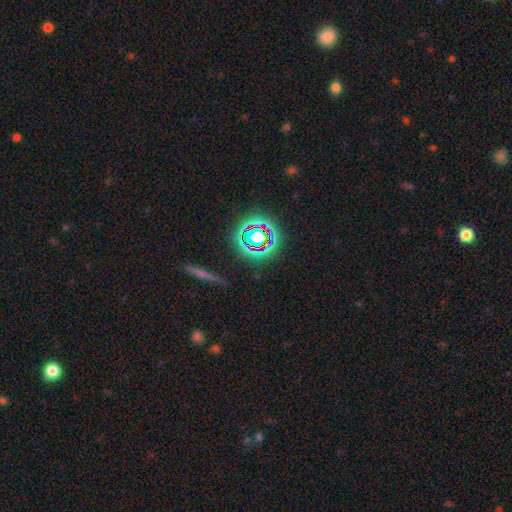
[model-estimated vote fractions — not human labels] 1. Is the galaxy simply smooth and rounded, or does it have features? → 63% star or artifact, 20% smooth, 18% featured or disk.